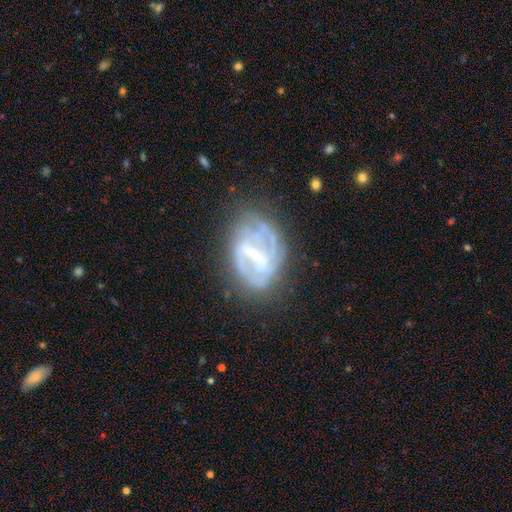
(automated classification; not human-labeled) smooth-or-featured: featured or disk: 78% | smooth: 13% | star or artifact: 9%
  disk-edge-on: no: 96% | yes: 4%
    bar: strong: 63% | weak: 27% | no: 10%
    has-spiral-arms: yes: 63% | no: 37%
    bulge-size: none: 41% | small: 28% | moderate: 25% | large: 5% | dominant: 1%
  merging: none: 53% | minor disturbance: 24% | major disturbance: 20% | merger: 4%